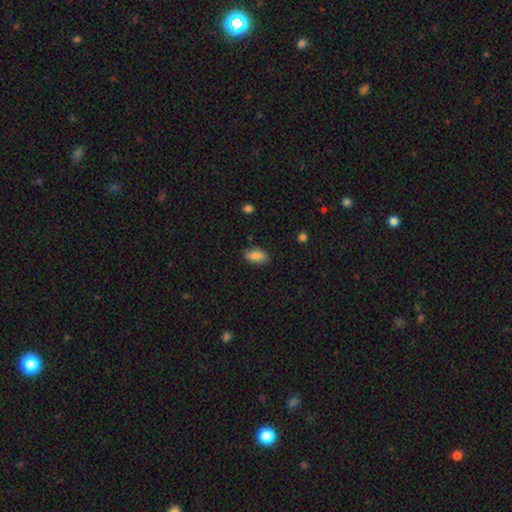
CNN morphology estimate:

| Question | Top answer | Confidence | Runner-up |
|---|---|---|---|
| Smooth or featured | smooth | 78% | featured or disk (14%) |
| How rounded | in between | 91% | round (6%) |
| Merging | none | 78% | minor disturbance (17%) |